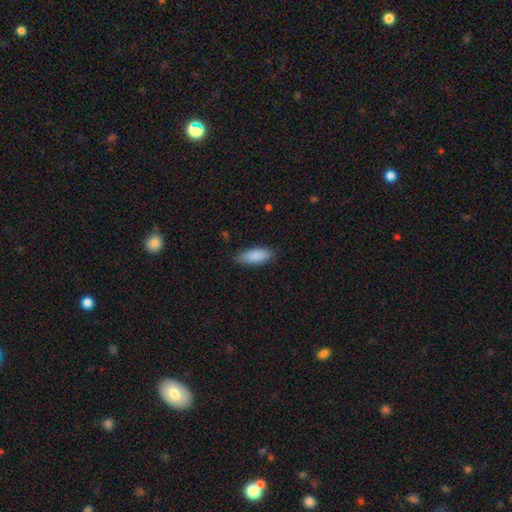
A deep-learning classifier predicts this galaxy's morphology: Smooth or featured? Predicted: smooth (p=0.88). How rounded? Predicted: in between (p=0.75). Merging? Predicted: none (p=0.82).